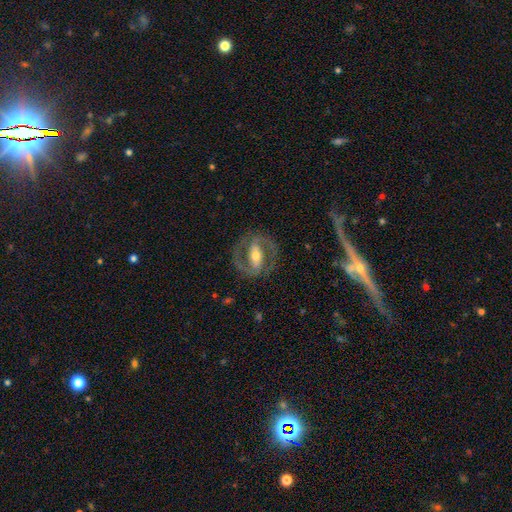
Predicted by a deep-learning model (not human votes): Smooth or featured? featured or disk (85%)
Edge-on disk? no (94%)
Bar? strong (63%)
Spiral arms? yes (87%)
Spiral winding? medium (53%)
Spiral arm count? 2 (90%)
Bulge size? moderate (61%)
Merging? none (82%)